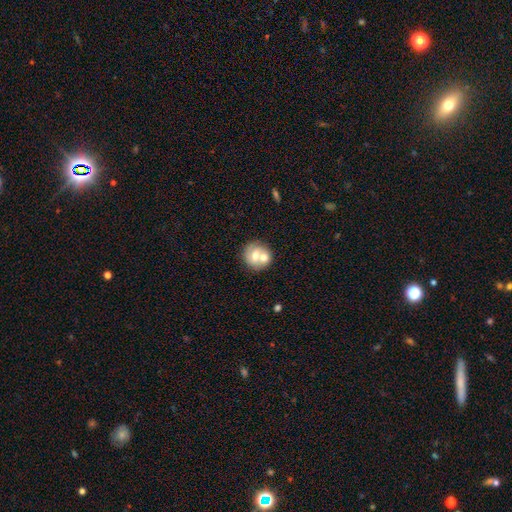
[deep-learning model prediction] This is possibly a smooth galaxy (59%). How rounded: clearly round (85%). Merging: marginally merger (45%).